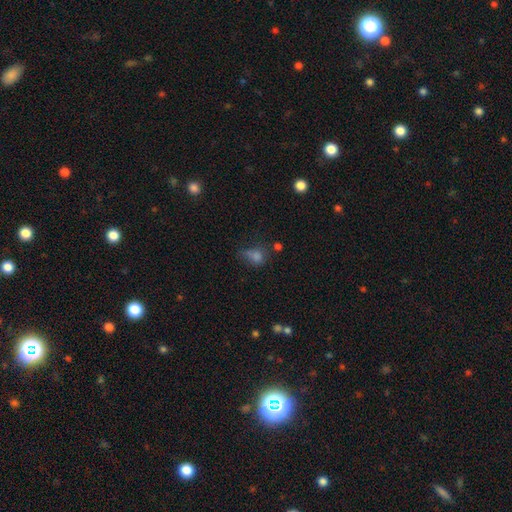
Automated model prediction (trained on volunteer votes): A smooth galaxy with no disk features (71%) that is in between round and cigar-shaped (51%). Merging: none (38%).